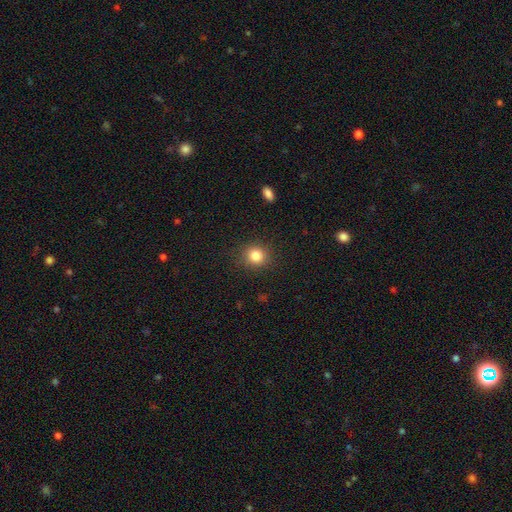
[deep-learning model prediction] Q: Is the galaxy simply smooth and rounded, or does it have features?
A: smooth — 84%.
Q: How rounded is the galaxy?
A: round — 84%.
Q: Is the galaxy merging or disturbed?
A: none — 88%.